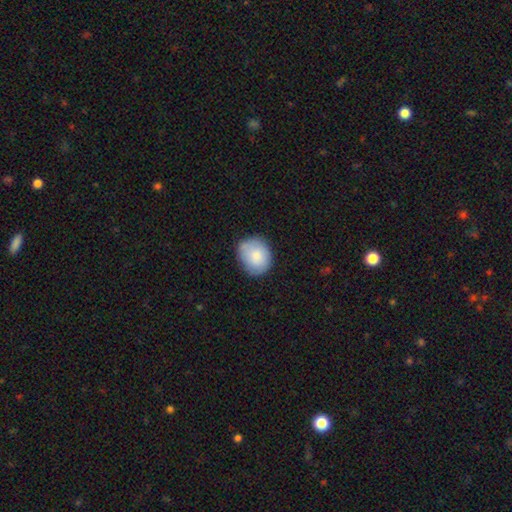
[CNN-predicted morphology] The model was most divided on "how rounded": round: 61%, in between: 38%, cigar-shaped: 1%. More confident: smooth or featured — smooth (82%); merging — none (73%).